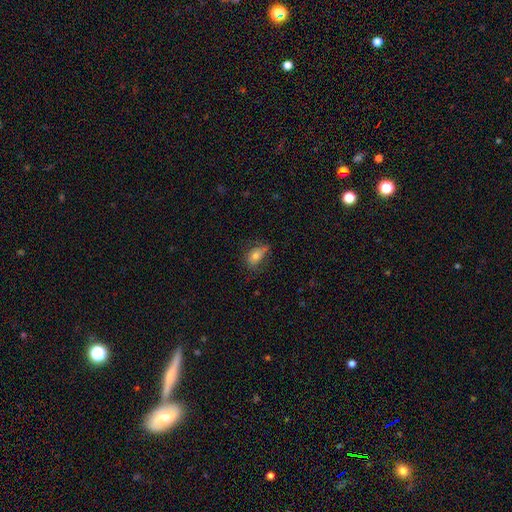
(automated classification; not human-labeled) This is likely a smooth galaxy (69%). How rounded: clearly in between (82%). Merging: possibly none (56%).